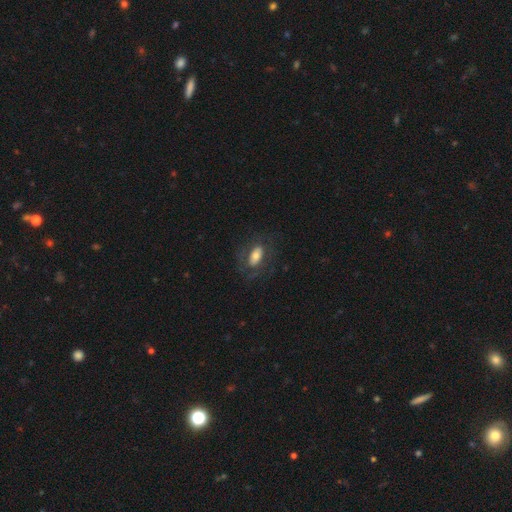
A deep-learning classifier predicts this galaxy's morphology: smooth 59%, featured or disk 33%, star or artifact 8%. Down the decision tree: how rounded — in between (87%); merging — none (68%).